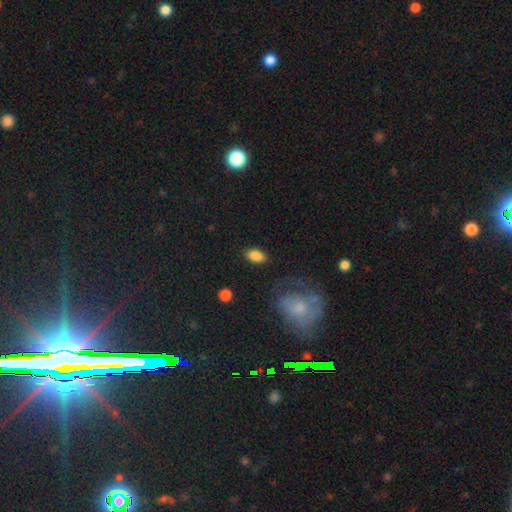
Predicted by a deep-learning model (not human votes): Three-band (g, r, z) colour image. It shows a smooth galaxy with no disk features (86%) that is in between round and cigar-shaped (90%). Merging: none (85%).